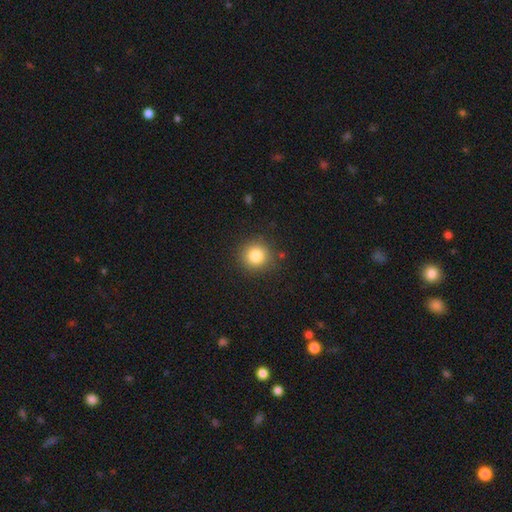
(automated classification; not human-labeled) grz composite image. It shows a smooth galaxy with no disk features (81%) that is round (93%). Merging: none (88%).